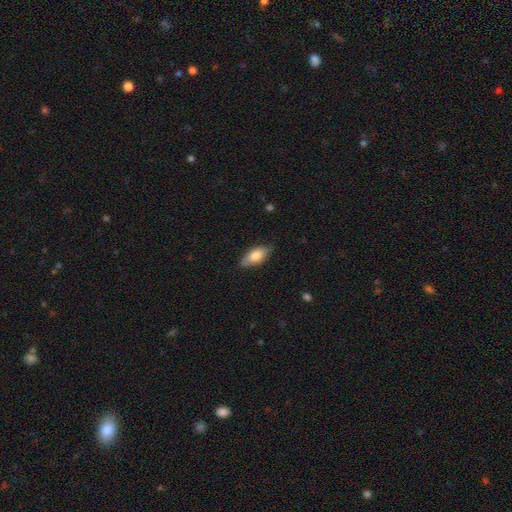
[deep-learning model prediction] Smooth or featured? smooth (75%)
How rounded? in between (84%)
Merging? none (82%)